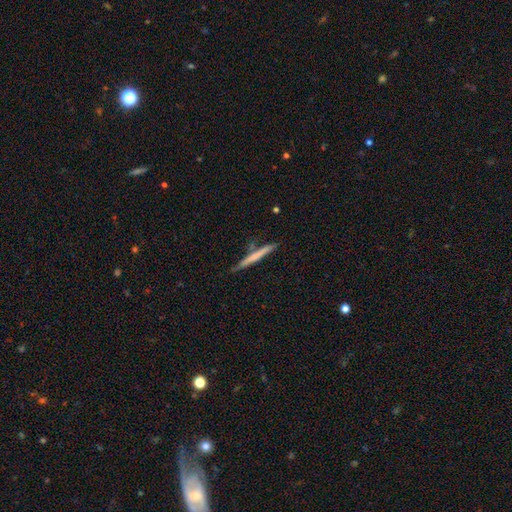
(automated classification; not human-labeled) smooth-or-featured: smooth: 57% | featured or disk: 37% | star or artifact: 6%
  how-rounded: cigar-shaped: 96% | in between: 2% | round: 1%
  merging: none: 79% | minor disturbance: 14% | merger: 4% | major disturbance: 3%